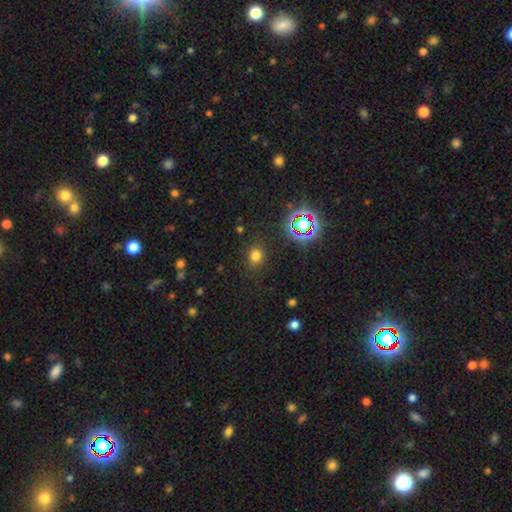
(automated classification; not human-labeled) This is likely a smooth galaxy (72%). How rounded: likely round (70%). Merging: clearly none (85%).